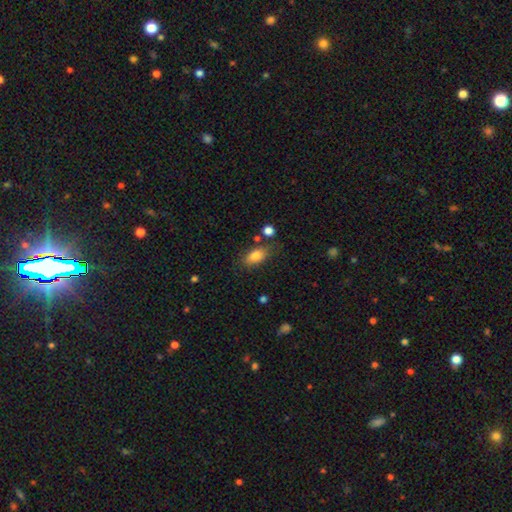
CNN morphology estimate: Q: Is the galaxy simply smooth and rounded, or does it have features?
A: smooth — 82%.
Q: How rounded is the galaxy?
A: in between — 87%.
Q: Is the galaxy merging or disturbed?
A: none — 70%.